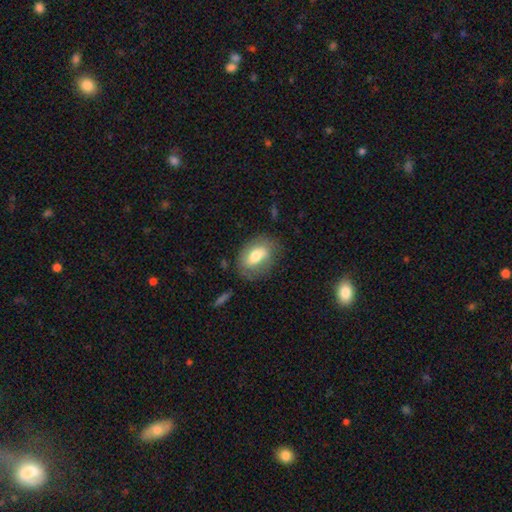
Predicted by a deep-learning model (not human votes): smooth_or_featured: smooth (p=0.61) [alt: featured or disk p=0.32]
how_rounded: in between (p=0.81) [alt: round p=0.16]
merging: none (p=0.71) [alt: minor disturbance p=0.19]